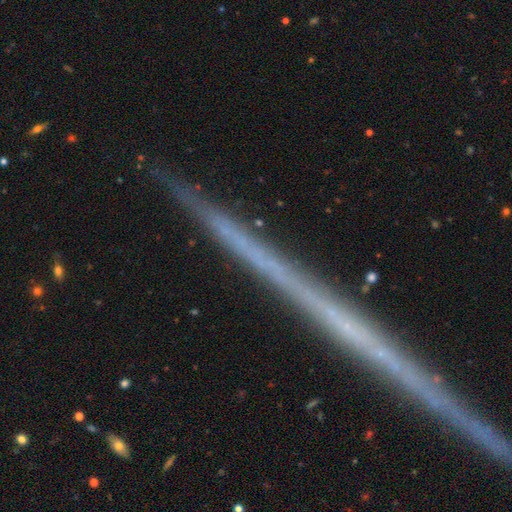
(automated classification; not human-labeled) Smooth or featured? Predicted: featured or disk (p=0.52). Edge-on disk? Predicted: yes (p=0.94). Merging? Predicted: none (p=0.87).